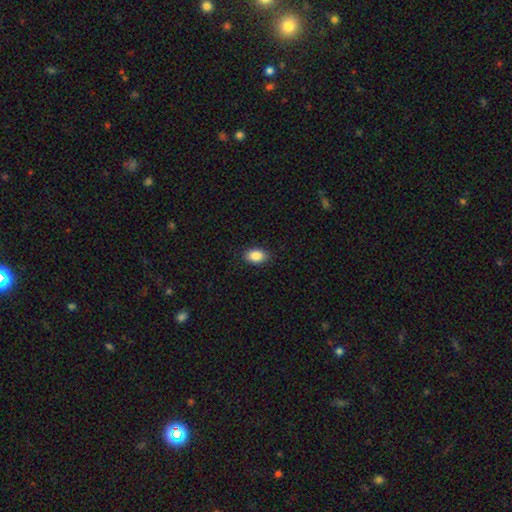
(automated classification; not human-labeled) Q: Smooth or featured?
A: smooth (88%); runner-up: star or artifact (8%)
Q: How rounded?
A: in between (82%); runner-up: round (17%)
Q: Merging?
A: none (87%); runner-up: minor disturbance (9%)